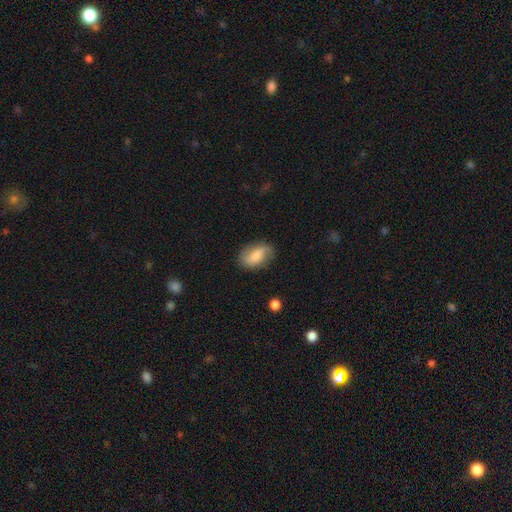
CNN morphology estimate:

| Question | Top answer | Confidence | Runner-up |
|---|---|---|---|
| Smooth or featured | smooth | 56% | featured or disk (36%) |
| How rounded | in between | 87% | round (10%) |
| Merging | none | 76% | minor disturbance (17%) |